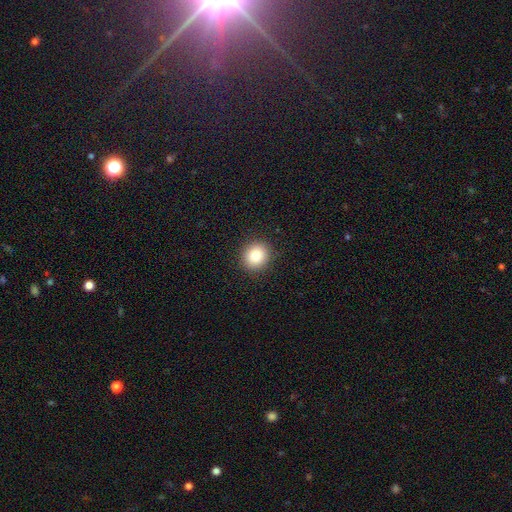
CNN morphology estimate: Overall: smooth (86%). How rounded: round (82%). Merging: none (90%).